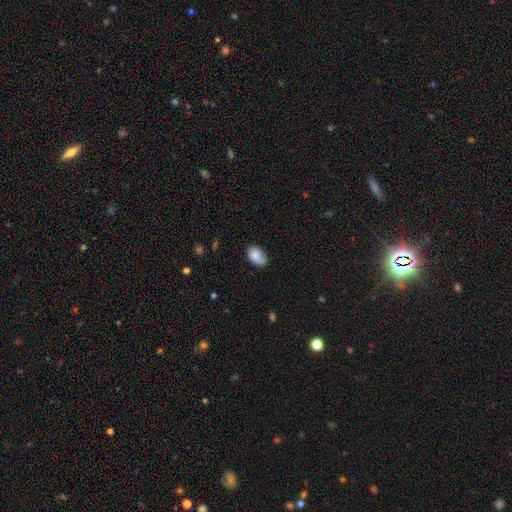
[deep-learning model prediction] Morphology: type=smooth (78%); roundness=in between (90%); merging=none (59%).